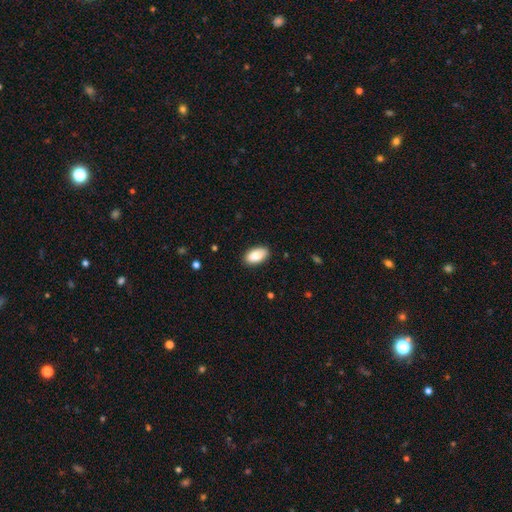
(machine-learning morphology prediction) A smooth galaxy with no disk features (85%) that is in between round and cigar-shaped (94%).

Vote fractions:
- Smooth or featured? smooth: 85% / featured or disk: 8% / star or artifact: 7%
- How rounded? in between: 94% / round: 4% / cigar-shaped: 2%
- Merging? none: 87% / minor disturbance: 10% / major disturbance: 2% / merger: 1%